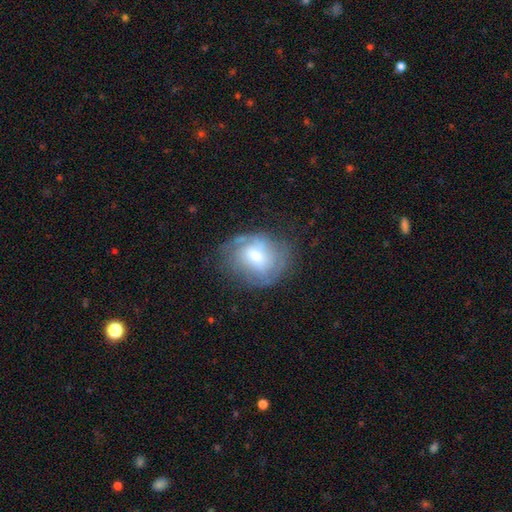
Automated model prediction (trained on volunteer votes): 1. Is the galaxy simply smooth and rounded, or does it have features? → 58% featured or disk, 34% smooth, 8% star or artifact.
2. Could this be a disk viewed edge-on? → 96% no, 4% yes.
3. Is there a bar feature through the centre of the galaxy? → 51% no, 40% weak, 9% strong.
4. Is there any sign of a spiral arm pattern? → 75% yes, 25% no.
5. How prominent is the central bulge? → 62% moderate, 22% small, 13% large, 2% none, 1% dominant.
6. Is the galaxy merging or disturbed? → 62% none, 24% minor disturbance, 12% major disturbance, 2% merger.